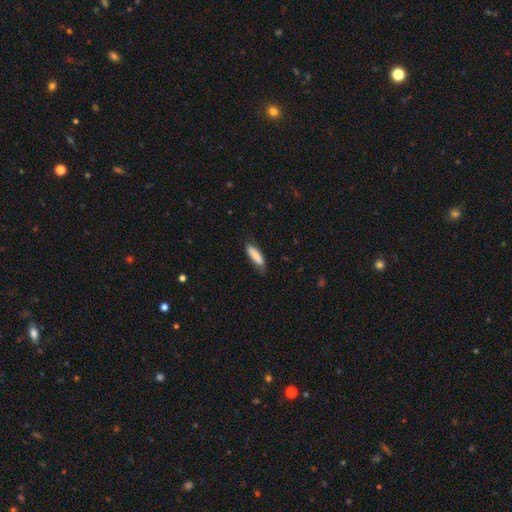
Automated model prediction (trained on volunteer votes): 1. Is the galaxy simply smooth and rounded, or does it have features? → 82% smooth, 12% featured or disk, 6% star or artifact.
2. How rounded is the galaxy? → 55% cigar-shaped, 44% in between, 2% round.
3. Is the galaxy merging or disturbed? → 69% none, 24% minor disturbance, 5% major disturbance, 2% merger.